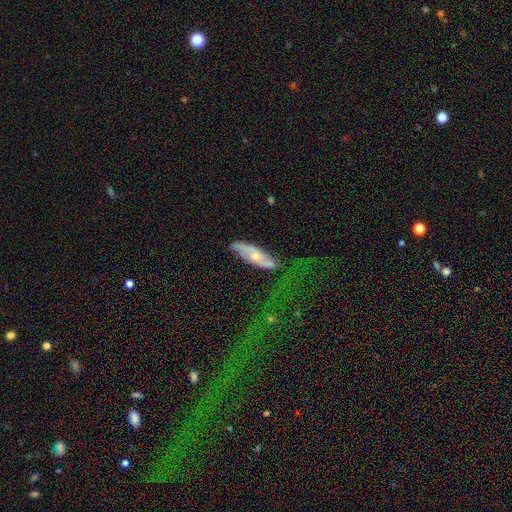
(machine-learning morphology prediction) Smooth or featured? featured or disk (54%)
Edge-on disk? no (72%)
Merging? none (59%)